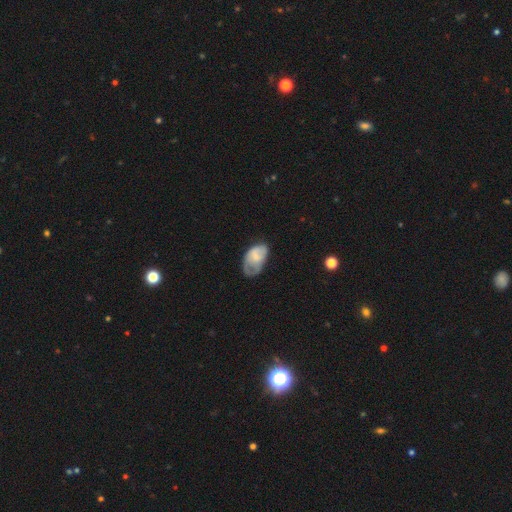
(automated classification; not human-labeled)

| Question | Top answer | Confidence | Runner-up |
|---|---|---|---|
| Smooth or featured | smooth | 62% | featured or disk (31%) |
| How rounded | in between | 92% | round (7%) |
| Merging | minor disturbance | 38% | none (35%) |